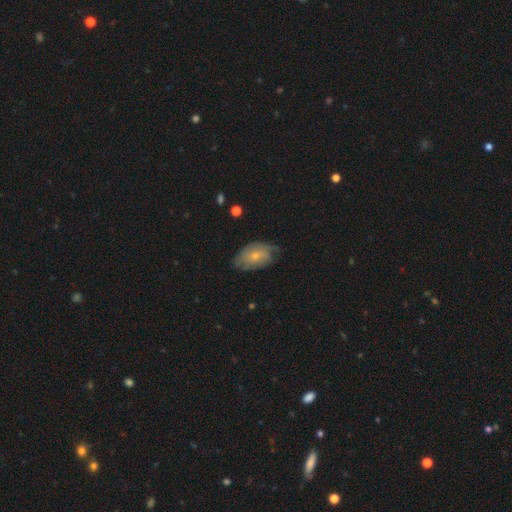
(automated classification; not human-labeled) Q: Smooth or featured?
A: smooth (49%); runner-up: featured or disk (44%)
Q: Merging?
A: none (56%); runner-up: minor disturbance (32%)